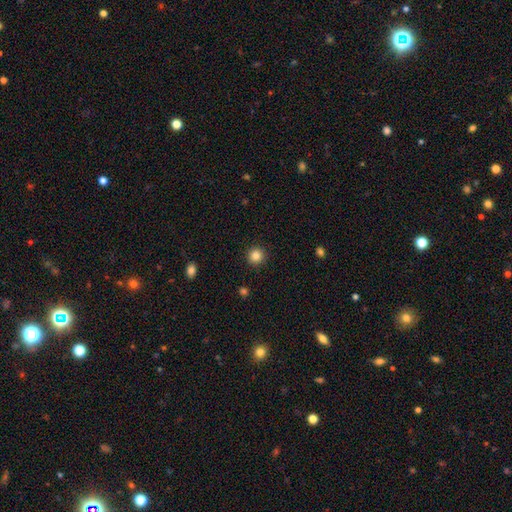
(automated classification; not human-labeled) Overall: smooth (84%). How rounded: round (95%). Merging: none (92%).